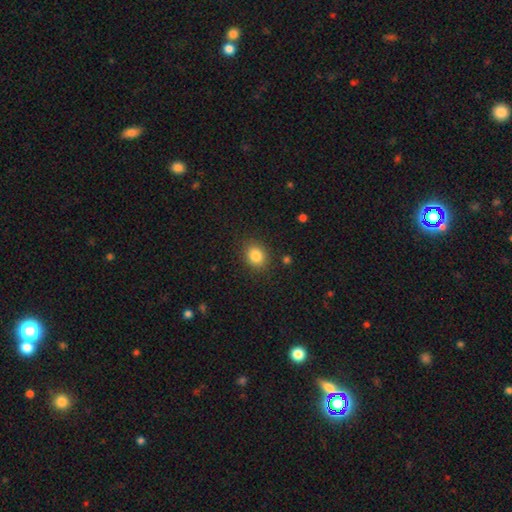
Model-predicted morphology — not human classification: This is clearly a smooth galaxy (85%). How rounded: possibly round (58%). Merging: clearly none (87%).